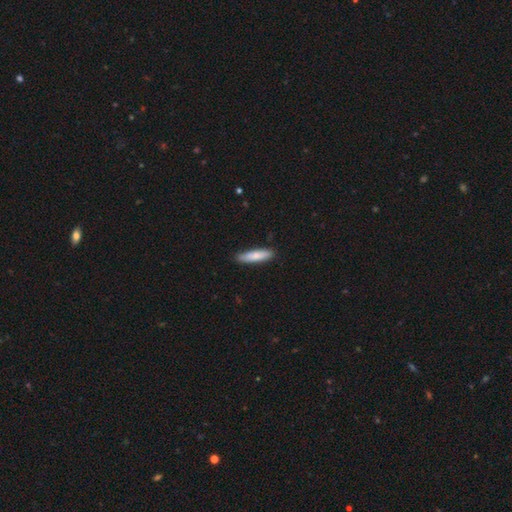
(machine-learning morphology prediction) This is likely a smooth galaxy (80%). How rounded: likely cigar-shaped (77%). Merging: clearly none (87%).